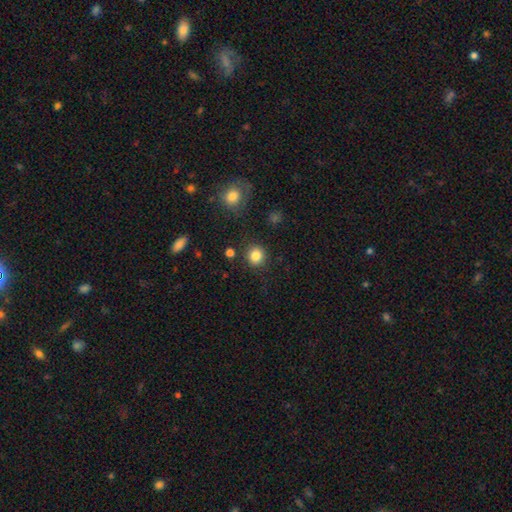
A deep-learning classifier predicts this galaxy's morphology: Overall: smooth (84%). How rounded: round (89%). Merging: none (87%).